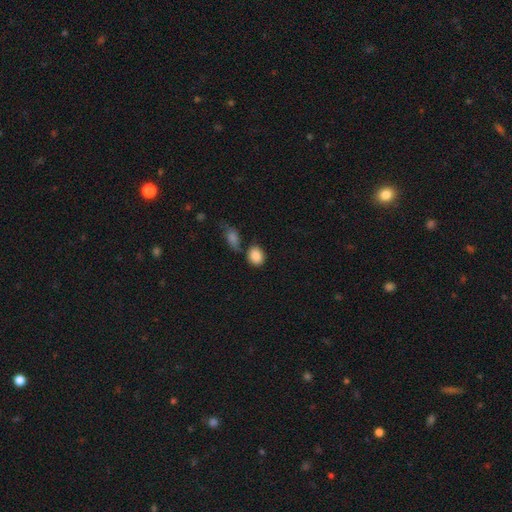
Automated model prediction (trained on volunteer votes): Overall: smooth (88%). How rounded: round (51%; in between 47%). Merging: none (60%).